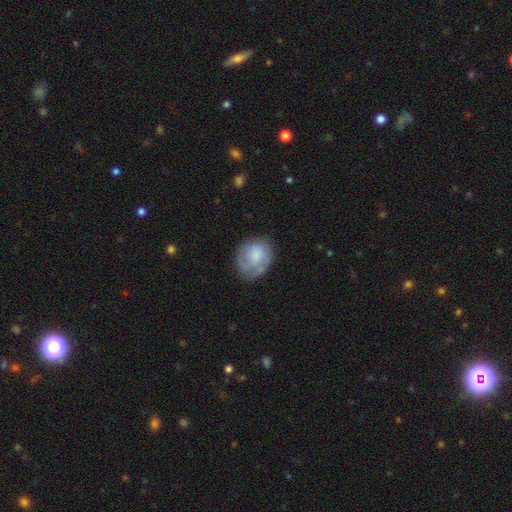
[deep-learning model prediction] Smooth or featured? smooth (68%)
How rounded? round (64%)
Merging? none (62%)